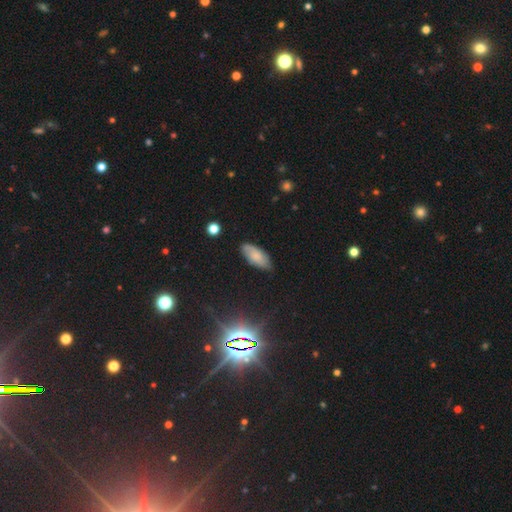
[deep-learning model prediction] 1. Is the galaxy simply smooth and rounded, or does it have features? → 74% smooth, 18% featured or disk, 8% star or artifact.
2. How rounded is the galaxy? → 88% in between, 10% cigar-shaped, 2% round.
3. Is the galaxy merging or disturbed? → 77% none, 19% minor disturbance, 3% major disturbance, 1% merger.